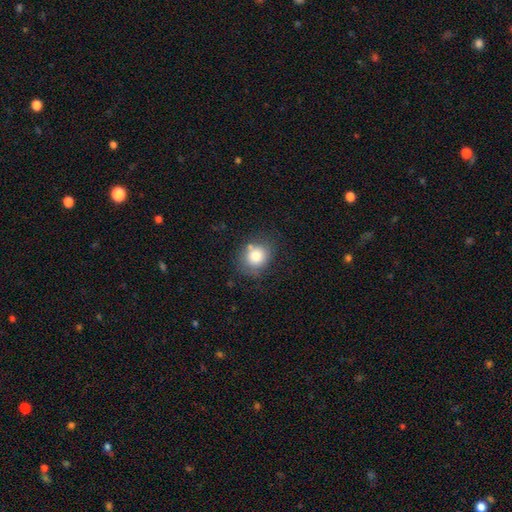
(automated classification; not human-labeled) smooth 80%, featured or disk 10%, star or artifact 10%. Down the decision tree: how rounded — round (68%); merging — none (69%).